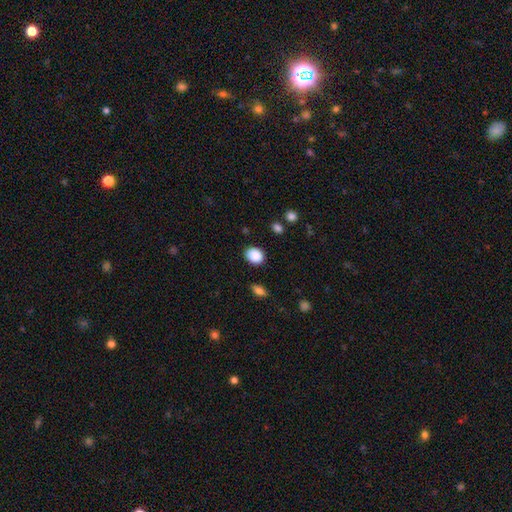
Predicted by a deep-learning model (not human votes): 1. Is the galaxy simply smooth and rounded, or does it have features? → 88% smooth, 8% star or artifact, 3% featured or disk.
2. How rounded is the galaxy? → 51% round, 48% in between, 1% cigar-shaped.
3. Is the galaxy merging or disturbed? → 86% none, 9% minor disturbance, 3% major disturbance, 2% merger.